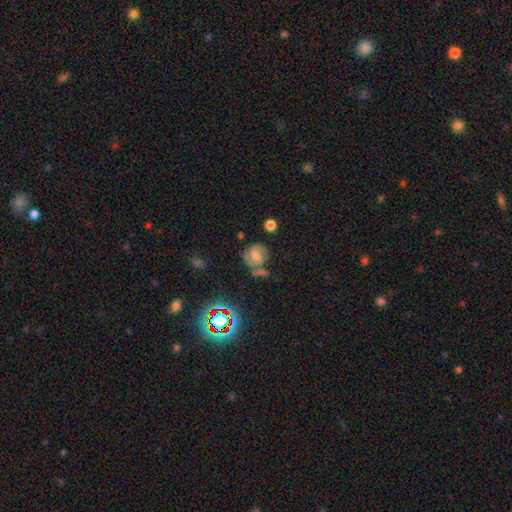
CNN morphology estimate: Smooth or featured? Predicted: featured or disk (p=0.47). Merging? Predicted: none (p=0.52).